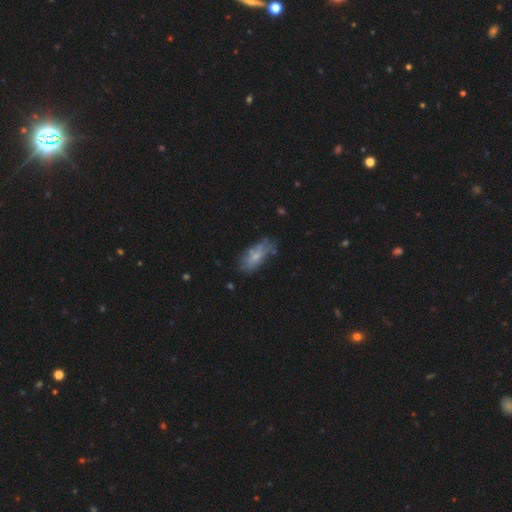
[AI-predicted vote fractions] This appears to be a smooth galaxy with no disk features (60%) that is in between round and cigar-shaped (82%). Merging: none (57%).